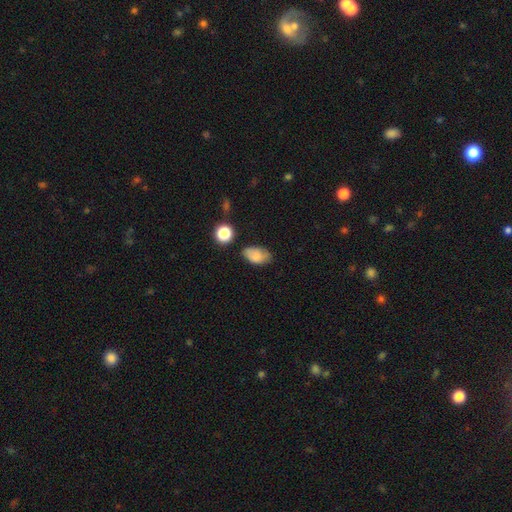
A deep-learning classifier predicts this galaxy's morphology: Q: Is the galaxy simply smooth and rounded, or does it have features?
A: smooth — 78%.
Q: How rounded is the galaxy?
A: in between — 90%.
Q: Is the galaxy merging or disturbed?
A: none — 64%.